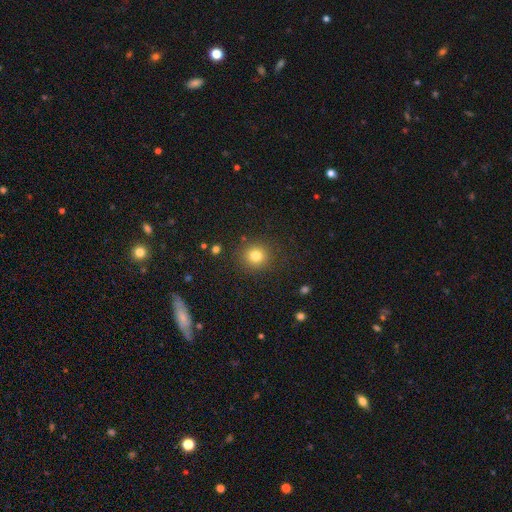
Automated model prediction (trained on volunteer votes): smooth 80%, star or artifact 13%, featured or disk 7%. Down the decision tree: how rounded — round (90%); merging — none (88%).